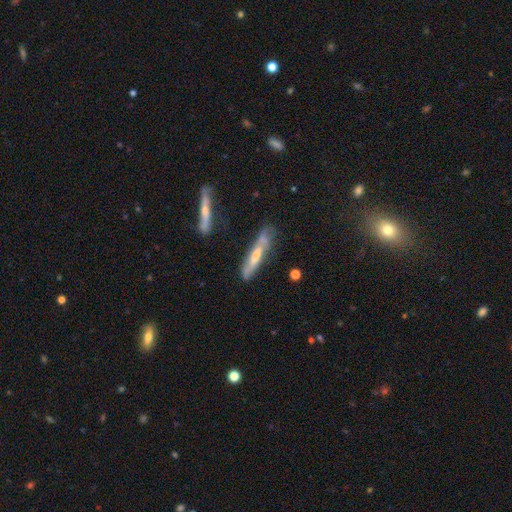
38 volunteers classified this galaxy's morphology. A featured or disk galaxy (76%) viewed edge-on (76%) with a rounded central bulge (45%).

Vote fractions:
- Smooth or featured? featured or disk: 76% / smooth: 18% / star or artifact: 5%
- Edge-on disk? yes: 76% / no: 24%
- Edge-on bulge? rounded: 45% / boxy: 27% / none: 27%
- Merging? none: 61% / minor disturbance: 33% / major disturbance: 6% / merger: 0%